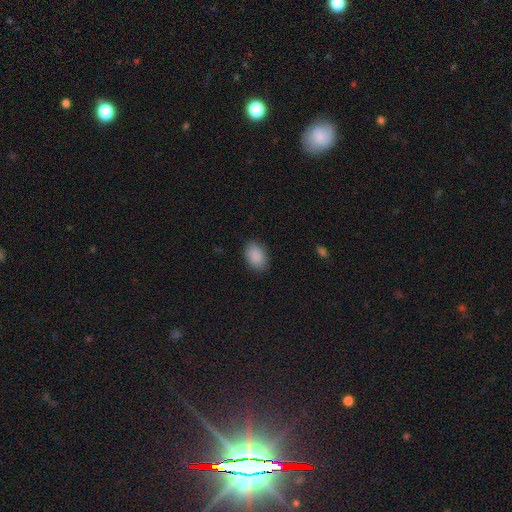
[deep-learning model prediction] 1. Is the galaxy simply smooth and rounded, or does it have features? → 90% smooth, 7% star or artifact, 3% featured or disk.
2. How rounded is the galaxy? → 87% in between, 12% round, 1% cigar-shaped.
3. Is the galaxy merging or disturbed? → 86% none, 10% minor disturbance, 3% major disturbance, 1% merger.